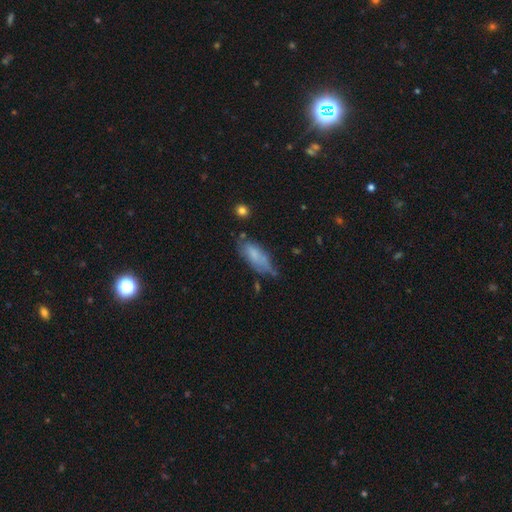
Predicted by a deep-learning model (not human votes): smooth 71%, featured or disk 22%, star or artifact 8%. Down the decision tree: how rounded — in between (74%); merging — none (48%).